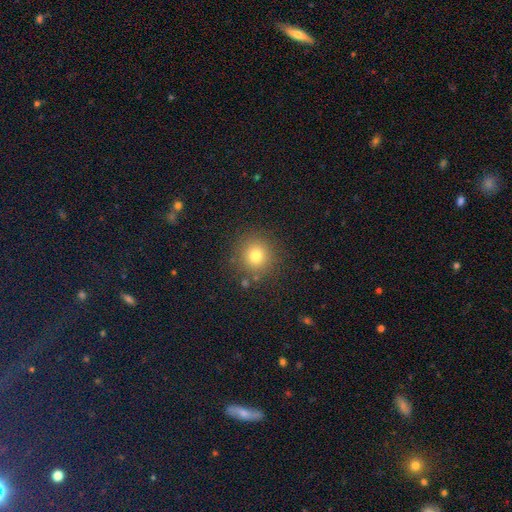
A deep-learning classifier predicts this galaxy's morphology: smooth-or-featured: smooth: 77% | star or artifact: 15% | featured or disk: 8%
  how-rounded: round: 94% | in between: 5% | cigar-shaped: 1%
  merging: none: 87% | minor disturbance: 7% | major disturbance: 3% | merger: 2%